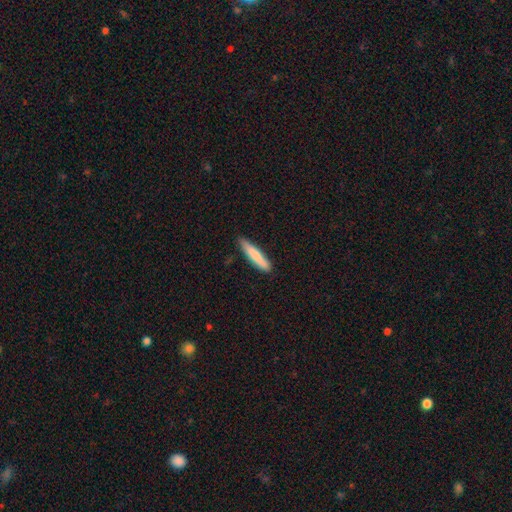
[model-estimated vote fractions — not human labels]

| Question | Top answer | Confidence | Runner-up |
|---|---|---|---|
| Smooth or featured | smooth | 80% | featured or disk (15%) |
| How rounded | cigar-shaped | 88% | in between (10%) |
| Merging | none | 84% | minor disturbance (13%) |